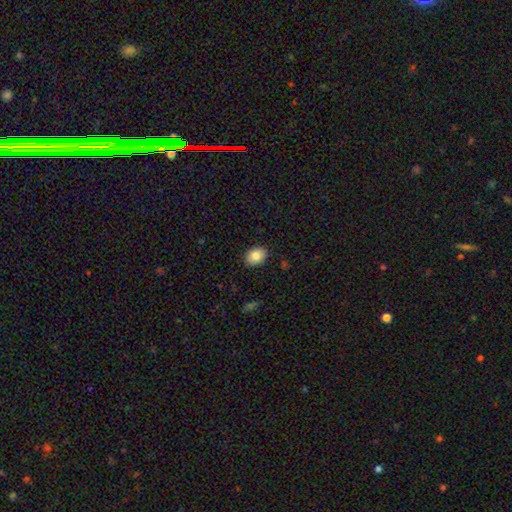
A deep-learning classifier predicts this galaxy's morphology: This is clearly a smooth galaxy (85%). How rounded: likely in between (68%). Merging: clearly none (89%).